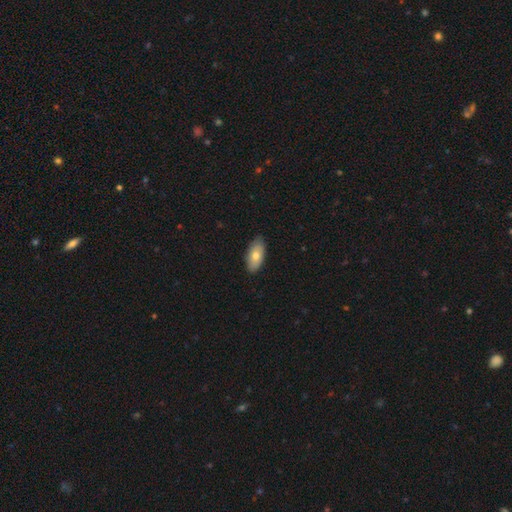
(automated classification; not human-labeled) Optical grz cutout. It shows a smooth galaxy with no disk features (73%) that is in between round and cigar-shaped (91%). Merging: none (86%).